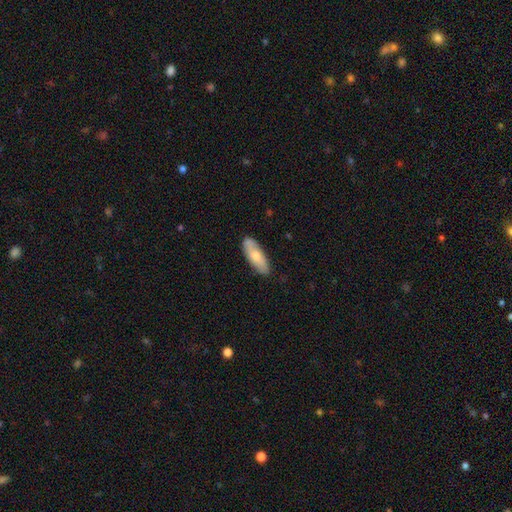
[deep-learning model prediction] Smooth or featured? Predicted: smooth (p=0.67). How rounded? Predicted: in between (p=0.69). Merging? Predicted: none (p=0.80).